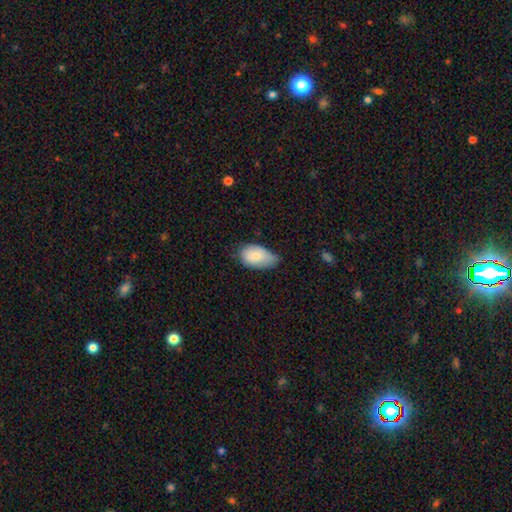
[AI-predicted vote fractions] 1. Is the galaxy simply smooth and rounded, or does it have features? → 81% smooth, 12% featured or disk, 7% star or artifact.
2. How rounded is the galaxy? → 93% in between, 5% round, 2% cigar-shaped.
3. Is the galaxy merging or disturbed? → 46% minor disturbance, 43% none, 9% major disturbance, 2% merger.